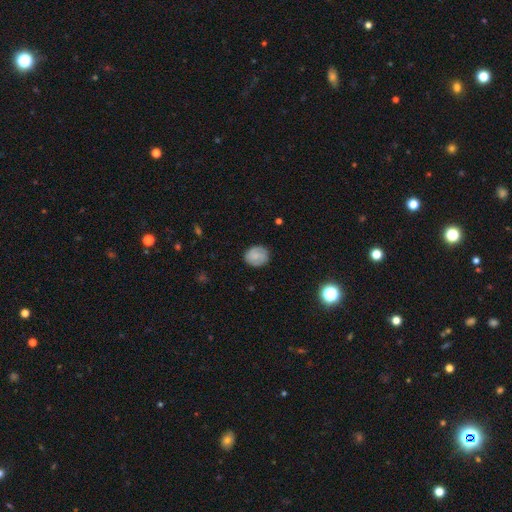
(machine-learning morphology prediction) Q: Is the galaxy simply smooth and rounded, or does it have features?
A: smooth — 64%.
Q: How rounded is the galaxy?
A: round — 72%.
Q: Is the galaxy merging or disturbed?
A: none — 82%.